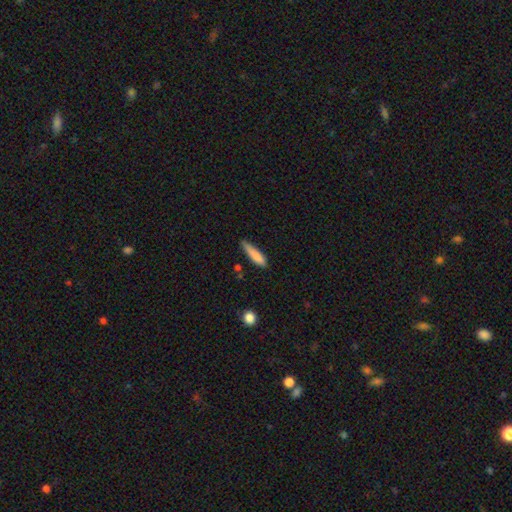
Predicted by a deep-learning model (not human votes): Smooth or featured? Predicted: smooth (p=0.83). How rounded? Predicted: cigar-shaped (p=0.82). Merging? Predicted: none (p=0.68).